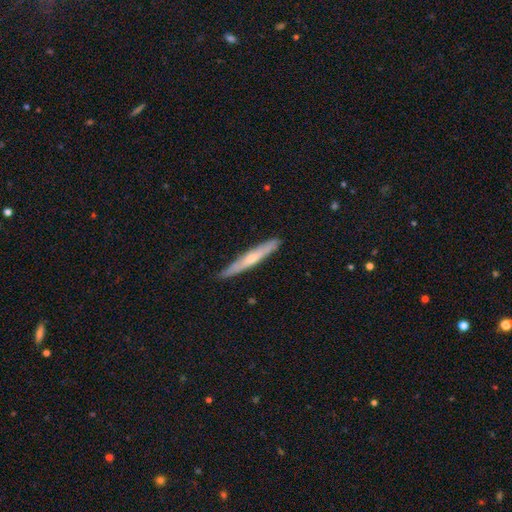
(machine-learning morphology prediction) smooth_or_featured: featured or disk (p=0.56) [alt: smooth p=0.37]
disk_edge_on: yes (p=0.94) [alt: no p=0.06]
edge_on_bulge: rounded (p=0.70) [alt: none p=0.26]
merging: none (p=0.88) [alt: minor disturbance p=0.09]